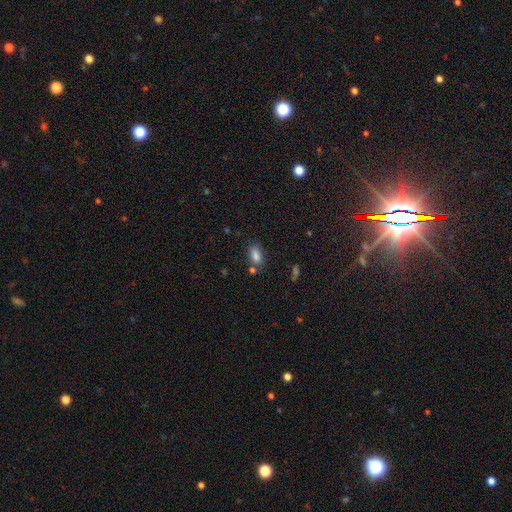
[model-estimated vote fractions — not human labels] This appears to be a smooth galaxy with no disk features (83%) that is in between round and cigar-shaped (88%). Merging: none (68%).